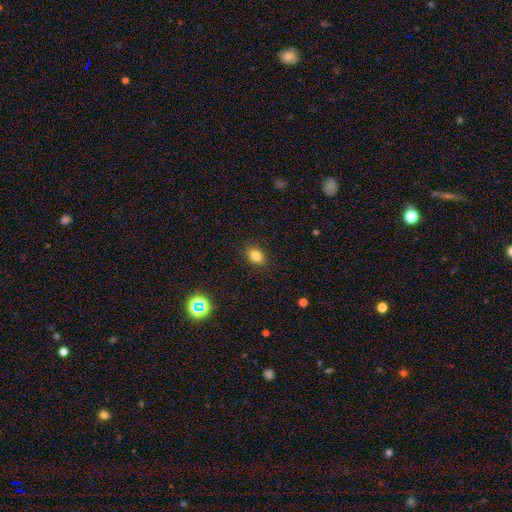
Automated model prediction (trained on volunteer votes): Smooth or featured? Predicted: smooth (p=0.82). How rounded? Predicted: in between (p=0.72). Merging? Predicted: none (p=0.88).